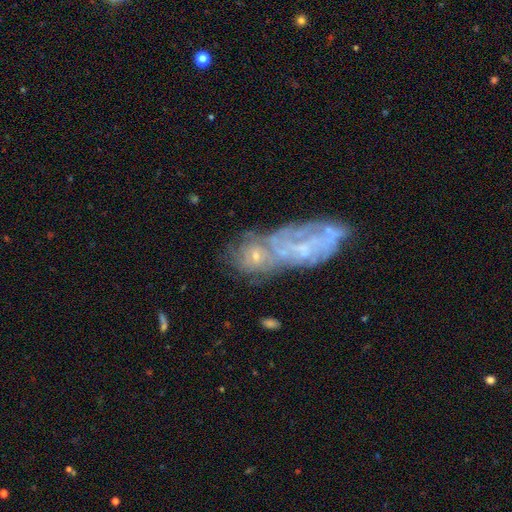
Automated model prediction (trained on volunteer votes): Smooth or featured?
  - featured or disk: 63% *
  - smooth: 26%
  - star or artifact: 11%
Edge-on disk?
  - no: 95% *
  - yes: 5%
Bar?
  - no: 68% *
  - weak: 24%
  - strong: 8%
Spiral arms?
  - yes: 66% *
  - no: 34%
Bulge size?
  - small: 49% *
  - moderate: 35%
  - none: 11%
  - large: 3%
  - dominant: 2%
Merging?
  - merger: 48% *
  - none: 29%
  - minor disturbance: 12%
  - major disturbance: 11%